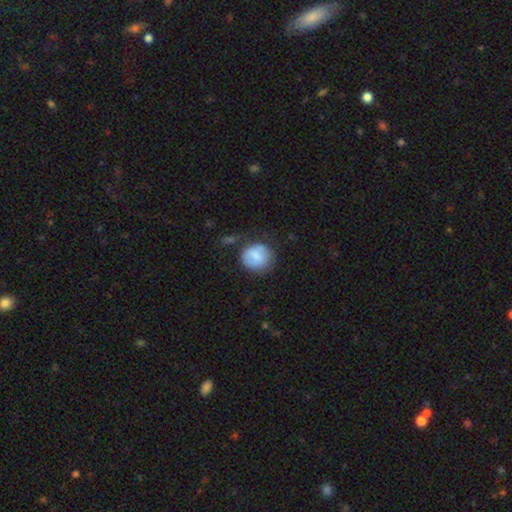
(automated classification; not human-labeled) Smooth or featured?
  - smooth: 73% *
  - featured or disk: 20%
  - star or artifact: 7%
How rounded?
  - round: 79% *
  - in between: 20%
  - cigar-shaped: 1%
Merging?
  - none: 59% *
  - minor disturbance: 24%
  - major disturbance: 11%
  - merger: 6%